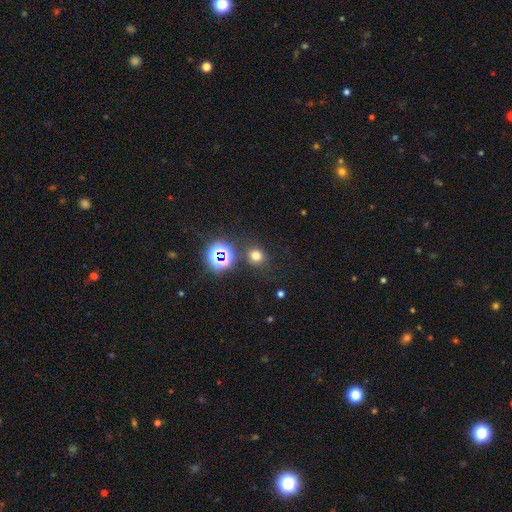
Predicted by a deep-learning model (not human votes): Smooth or featured? Predicted: smooth (p=0.67). How rounded? Predicted: round (p=0.84). Merging? Predicted: none (p=0.82).